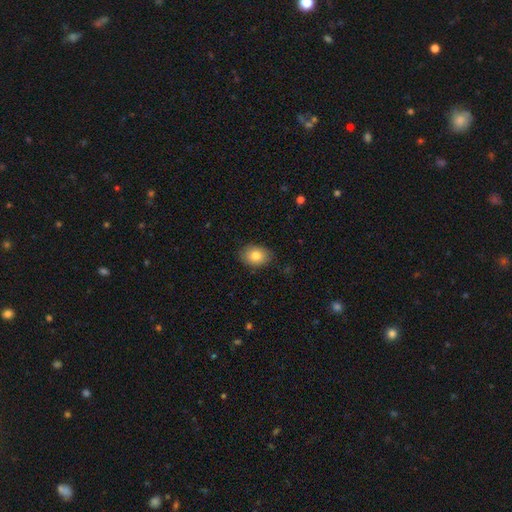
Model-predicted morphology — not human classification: smooth_or_featured: smooth (p=0.82) [alt: featured or disk p=0.10]
how_rounded: in between (p=0.72) [alt: round p=0.27]
merging: none (p=0.86) [alt: minor disturbance p=0.11]